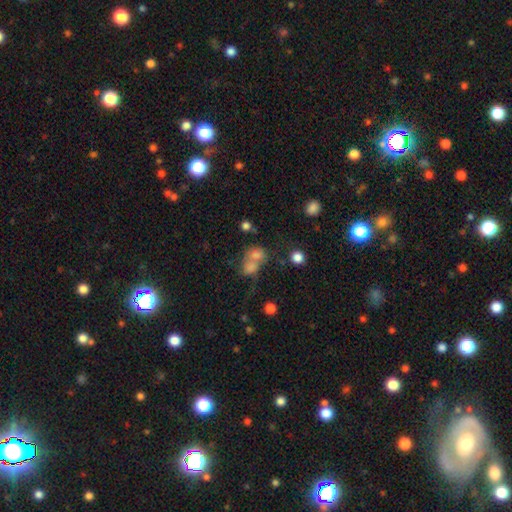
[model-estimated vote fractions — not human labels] Smooth or featured? Predicted: smooth (p=0.71). How rounded? Predicted: round (p=0.53). Merging? Predicted: merger (p=0.59).